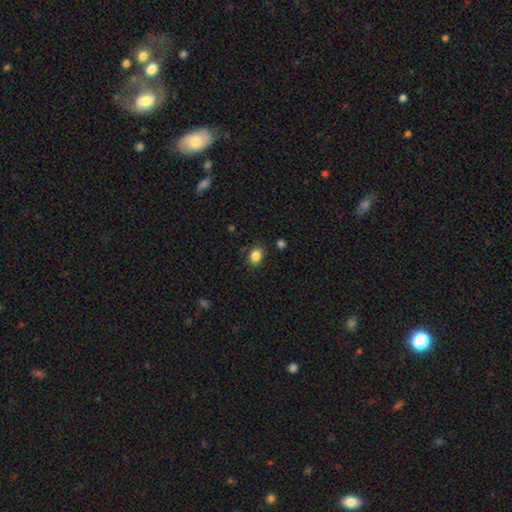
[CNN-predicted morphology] The model was most divided on "how rounded": in between: 61%, round: 38%, cigar-shaped: 1%. More confident: smooth or featured — smooth (85%); merging — none (85%).